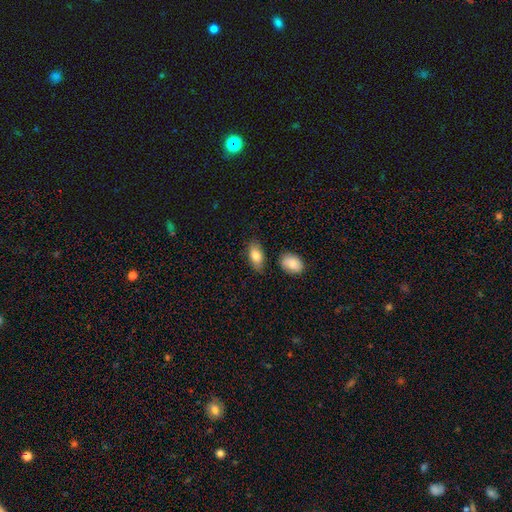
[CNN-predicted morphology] type=smooth (81%); roundness=in between (90%); merging=none (77%).